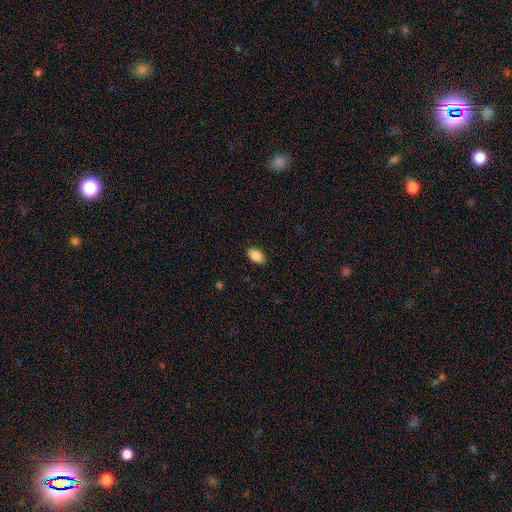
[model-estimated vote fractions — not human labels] Smooth or featured? Predicted: smooth (p=0.88). How rounded? Predicted: in between (p=0.92). Merging? Predicted: none (p=0.88).